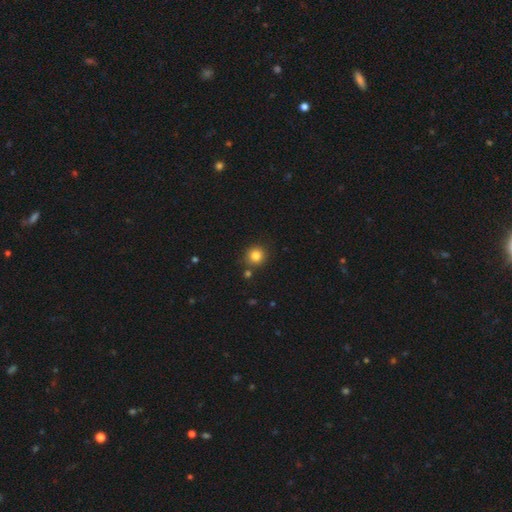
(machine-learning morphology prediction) The model was most divided on "smooth or featured": smooth: 83%, star or artifact: 12%, featured or disk: 5%. More confident: how rounded — round (92%); merging — none (84%).